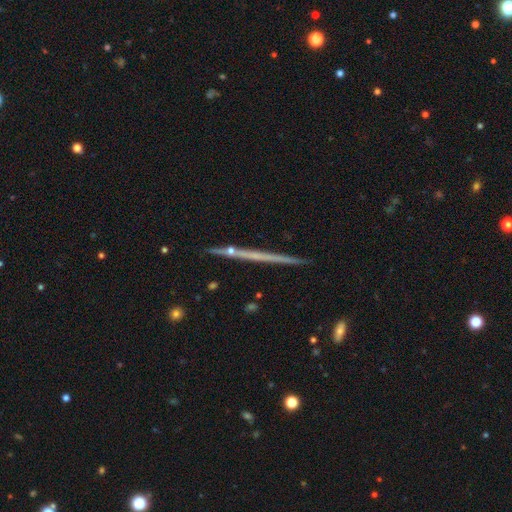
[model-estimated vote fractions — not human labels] featured or disk 63%, smooth 30%, star or artifact 7%. Down the decision tree: edge-on disk — yes (97%); edge-on bulge — none (89%); merging — none (89%).